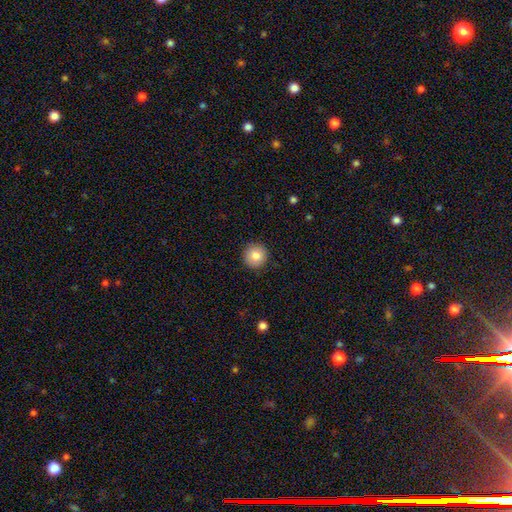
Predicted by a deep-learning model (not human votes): Smooth or featured? Predicted: smooth (p=0.83). How rounded? Predicted: round (p=0.95). Merging? Predicted: none (p=0.92).